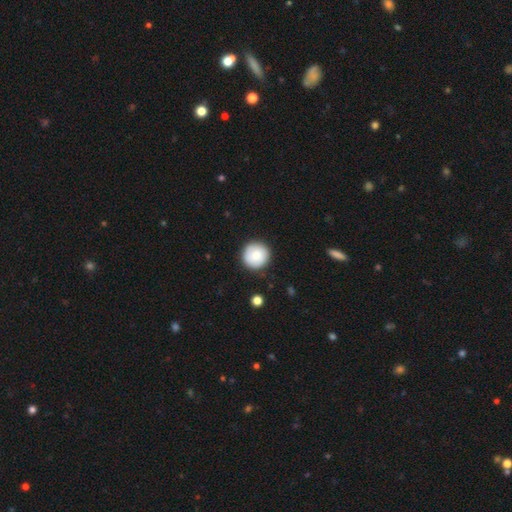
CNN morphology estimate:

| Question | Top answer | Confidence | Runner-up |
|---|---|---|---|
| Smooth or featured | smooth | 81% | featured or disk (12%) |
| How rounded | round | 95% | in between (4%) |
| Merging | none | 89% | minor disturbance (8%) |